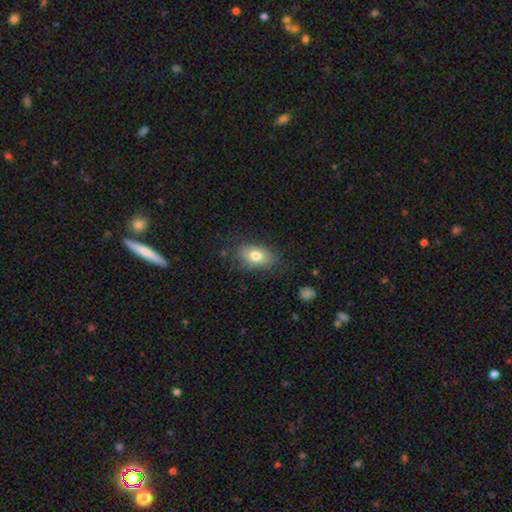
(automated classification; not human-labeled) Smooth or featured?
  - smooth: 76% *
  - featured or disk: 15%
  - star or artifact: 8%
How rounded?
  - in between: 85% *
  - round: 13%
  - cigar-shaped: 2%
Merging?
  - none: 74% *
  - minor disturbance: 19%
  - major disturbance: 6%
  - merger: 2%